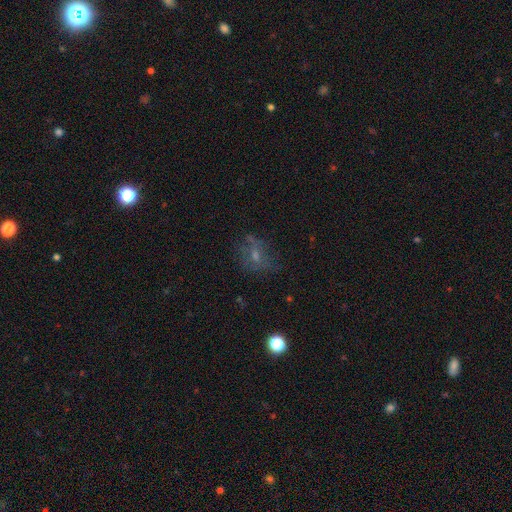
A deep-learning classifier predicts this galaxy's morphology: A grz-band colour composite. It shows a smooth galaxy with no disk features (45%). Merging: none (54%).